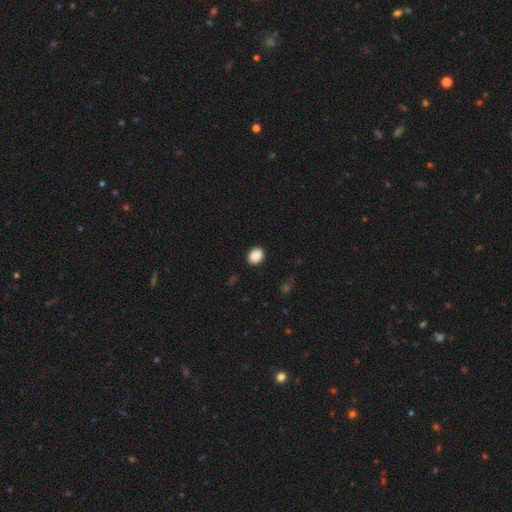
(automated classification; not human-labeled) A smooth galaxy with no disk features (89%) that is in between round and cigar-shaped (57%). Merging: none (88%).